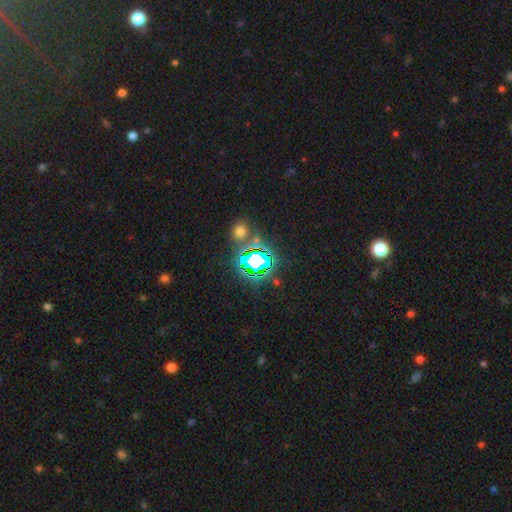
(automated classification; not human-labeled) smooth-or-featured: star or artifact: 68% | smooth: 22% | featured or disk: 10%